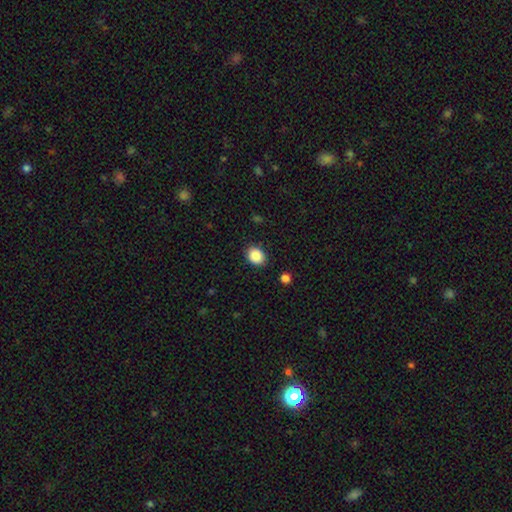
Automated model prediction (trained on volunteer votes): Smooth or featured?
  - smooth: 87% *
  - star or artifact: 9%
  - featured or disk: 4%
How rounded?
  - in between: 50% *
  - round: 49%
  - cigar-shaped: 1%
Merging?
  - none: 86% *
  - minor disturbance: 10%
  - major disturbance: 3%
  - merger: 2%